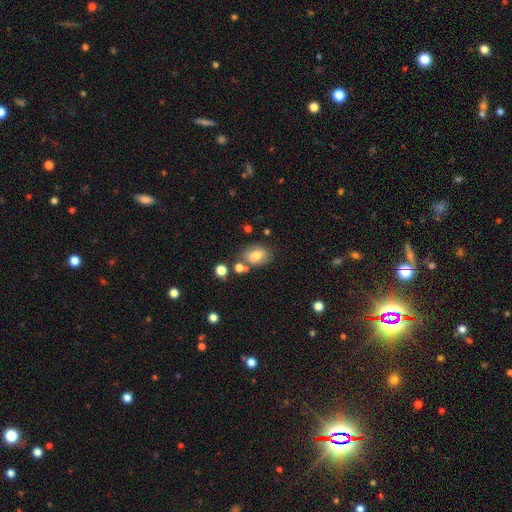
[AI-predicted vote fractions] This appears to be a smooth galaxy with no disk features (76%) that is in between round and cigar-shaped (79%). Merging: none (66%).